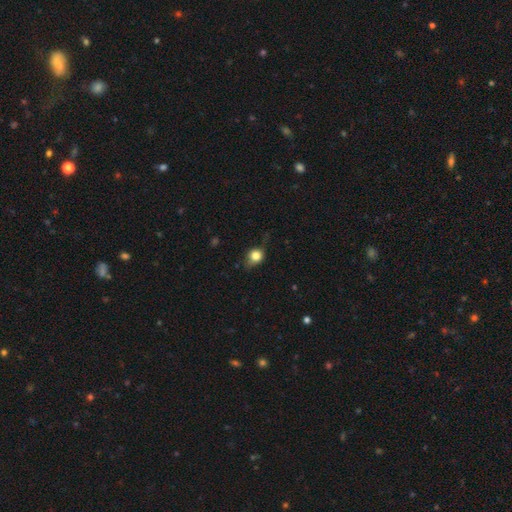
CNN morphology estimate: A smooth galaxy with no disk features (71%) that is round (68%). Merging: none (59%).